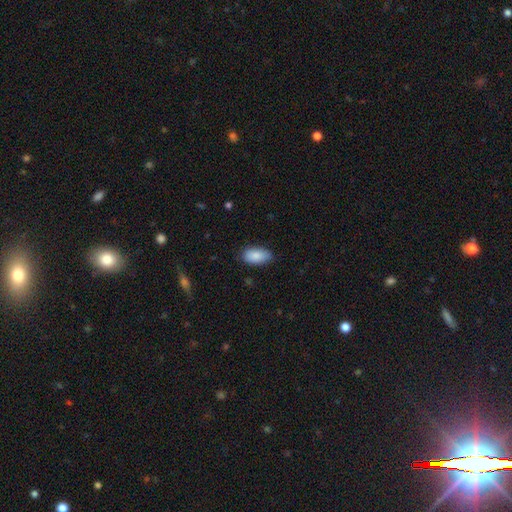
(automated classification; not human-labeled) Overall: smooth (88%). How rounded: in between (93%). Merging: none (78%).